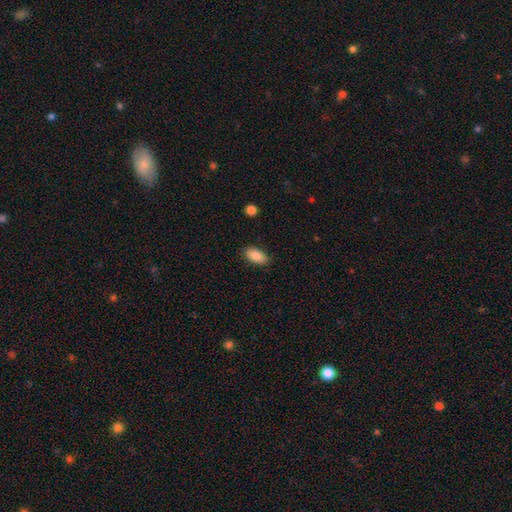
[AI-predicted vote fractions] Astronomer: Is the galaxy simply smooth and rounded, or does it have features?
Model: smooth — 86%.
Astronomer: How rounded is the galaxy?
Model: in between — 93%.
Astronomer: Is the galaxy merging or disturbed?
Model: none — 86%.